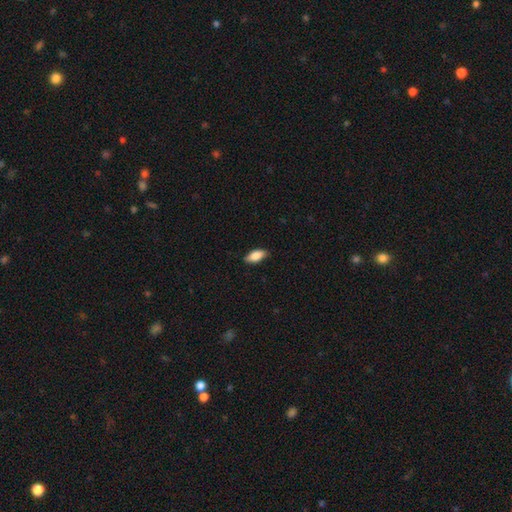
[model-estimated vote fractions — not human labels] smooth 85%, featured or disk 9%, star or artifact 6%. Down the decision tree: how rounded — in between (88%); merging — none (86%).